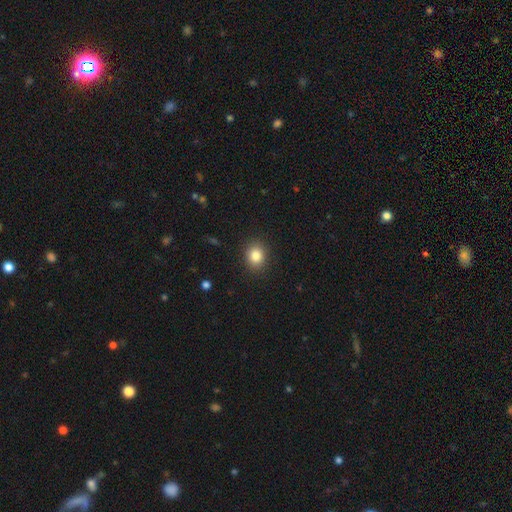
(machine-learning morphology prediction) This is clearly a smooth galaxy (84%). How rounded: likely round (69%). Merging: clearly none (89%).